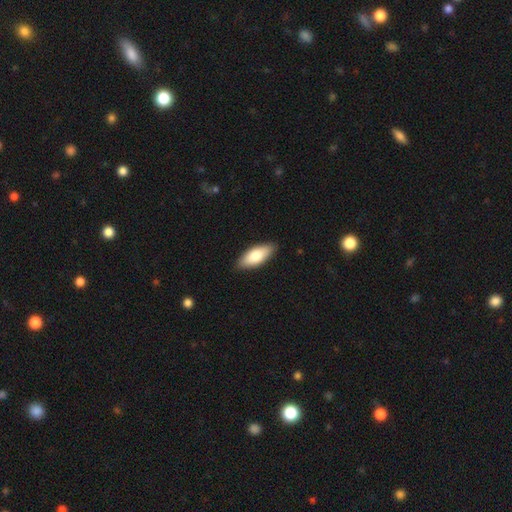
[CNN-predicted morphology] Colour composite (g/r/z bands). It shows a smooth galaxy with no disk features (79%) that is in between round and cigar-shaped (82%). Merging: none (88%).